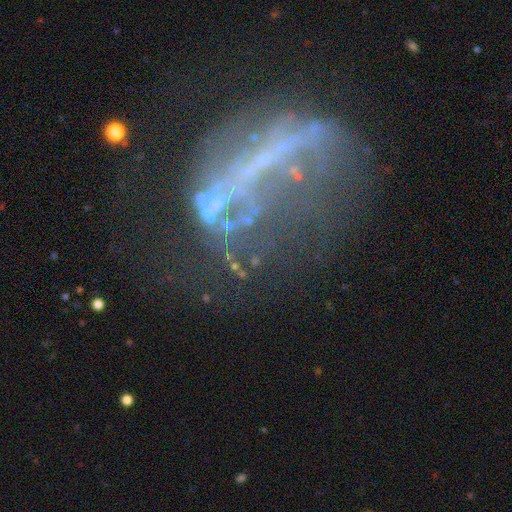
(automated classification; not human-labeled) smooth_or_featured: featured or disk (p=0.61) [alt: star or artifact p=0.24]
disk_edge_on: no (p=0.91) [alt: yes p=0.09]
bar: no (p=0.66) [alt: strong p=0.19]
has_spiral_arms: no (p=0.83) [alt: yes p=0.17]
bulge_size: none (p=0.72) [alt: small p=0.19]
merging: major disturbance (p=0.40) [alt: none p=0.36]